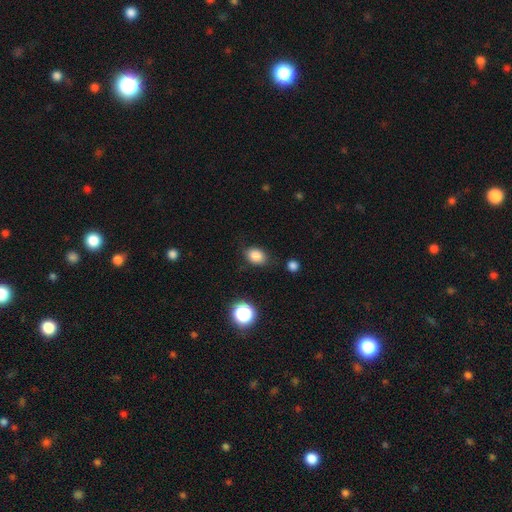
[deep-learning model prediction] smooth-or-featured: smooth: 84% | star or artifact: 11% | featured or disk: 5%
  how-rounded: in between: 72% | round: 27% | cigar-shaped: 1%
  merging: none: 80% | minor disturbance: 14% | major disturbance: 4% | merger: 2%